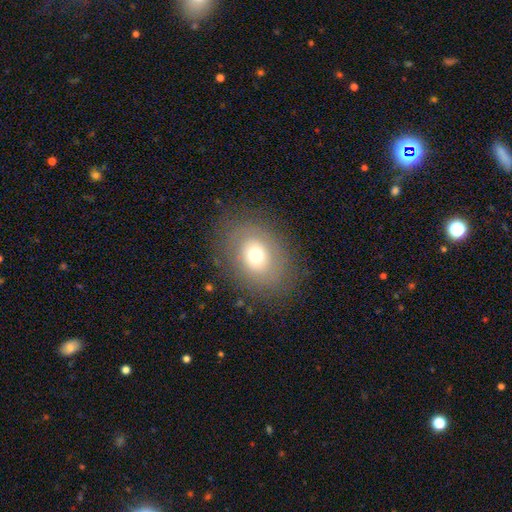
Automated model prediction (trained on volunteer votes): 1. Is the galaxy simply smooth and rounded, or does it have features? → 66% smooth, 20% featured or disk, 14% star or artifact.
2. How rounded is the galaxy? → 54% in between, 45% round, 1% cigar-shaped.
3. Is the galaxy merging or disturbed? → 81% none, 11% minor disturbance, 7% major disturbance, 1% merger.